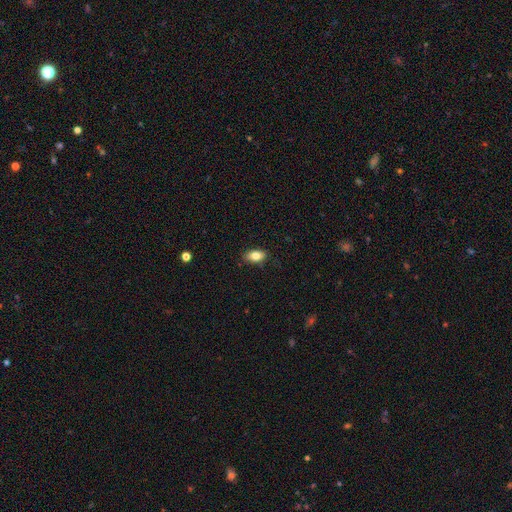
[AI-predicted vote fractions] Q: Smooth or featured?
A: smooth (83%); runner-up: featured or disk (9%)
Q: How rounded?
A: in between (90%); runner-up: round (7%)
Q: Merging?
A: none (84%); runner-up: minor disturbance (12%)